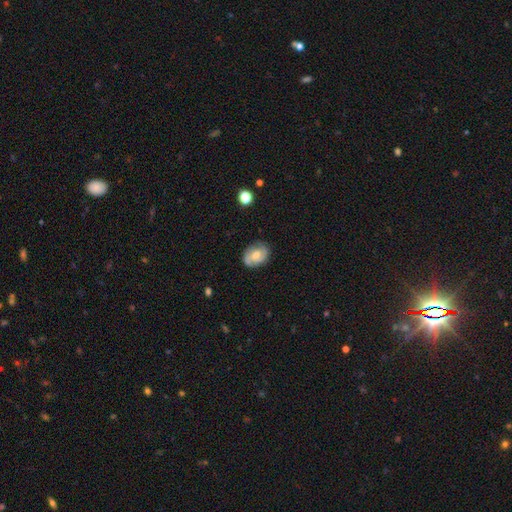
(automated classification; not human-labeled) Smooth or featured? featured or disk (54%)
Edge-on disk? no (96%)
Bar? no (55%)
Spiral arms? yes (79%)
Bulge size? moderate (60%)
Merging? none (76%)